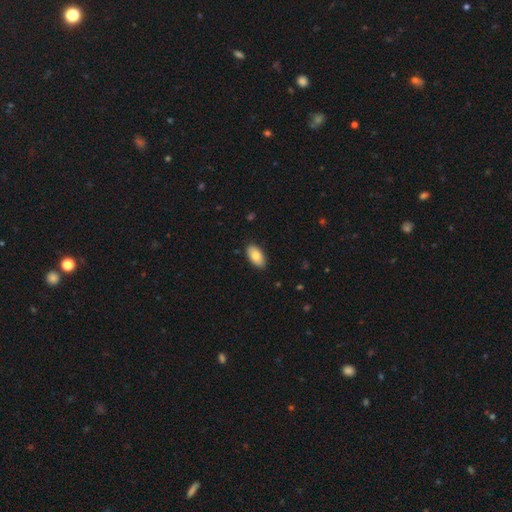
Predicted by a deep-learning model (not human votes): Smooth or featured: smooth — 82% (featured or disk — 12%)
How rounded: in between — 95% (cigar-shaped — 3%)
Merging: none — 88% (minor disturbance — 10%)